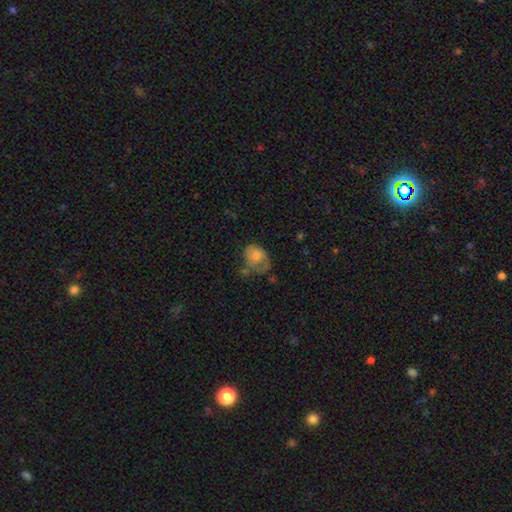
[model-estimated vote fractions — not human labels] Smooth or featured: smooth — 64% (featured or disk — 27%)
How rounded: in between — 63% (round — 36%)
Merging: none — 36% (minor disturbance — 33%)